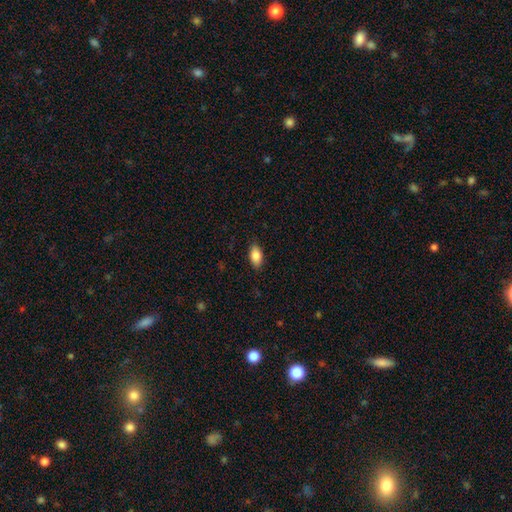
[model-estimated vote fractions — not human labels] Smooth or featured? smooth (85%)
How rounded? in between (91%)
Merging? none (87%)